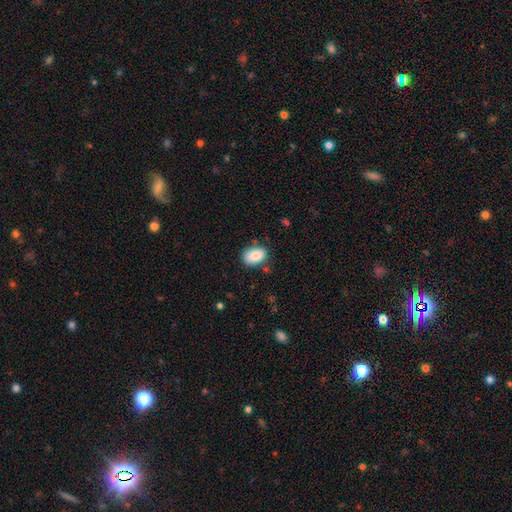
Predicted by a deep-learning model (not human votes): Q: Smooth or featured?
A: smooth (83%); runner-up: featured or disk (10%)
Q: How rounded?
A: in between (84%); runner-up: round (15%)
Q: Merging?
A: none (79%); runner-up: minor disturbance (15%)